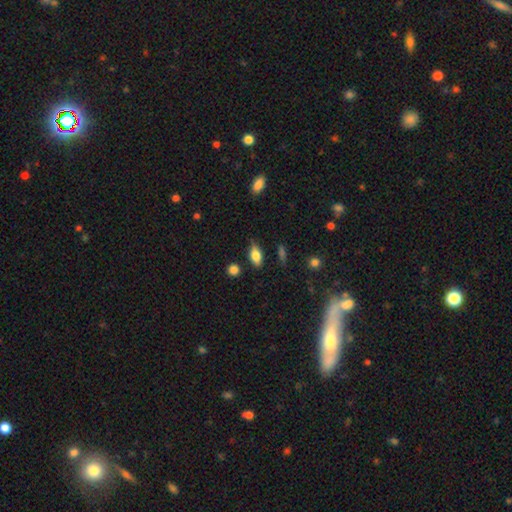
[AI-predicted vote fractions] smooth-or-featured: smooth: 75% | featured or disk: 17% | star or artifact: 8%
  how-rounded: in between: 83% | cigar-shaped: 12% | round: 6%
  merging: none: 78% | minor disturbance: 16% | major disturbance: 4% | merger: 3%